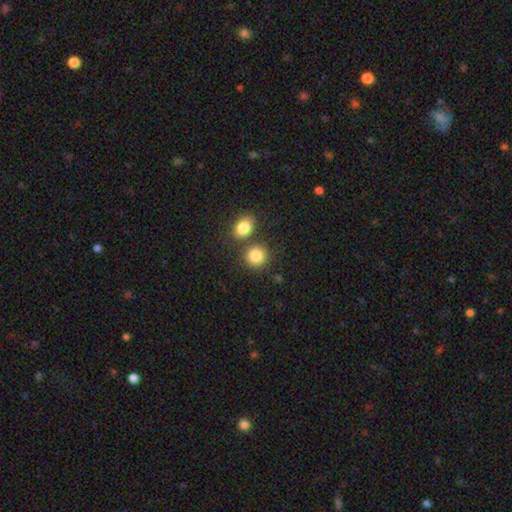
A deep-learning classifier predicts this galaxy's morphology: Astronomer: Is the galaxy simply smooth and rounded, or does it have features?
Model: smooth — 85%.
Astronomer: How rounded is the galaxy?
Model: round — 83%.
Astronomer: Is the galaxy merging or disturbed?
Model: none — 68%.